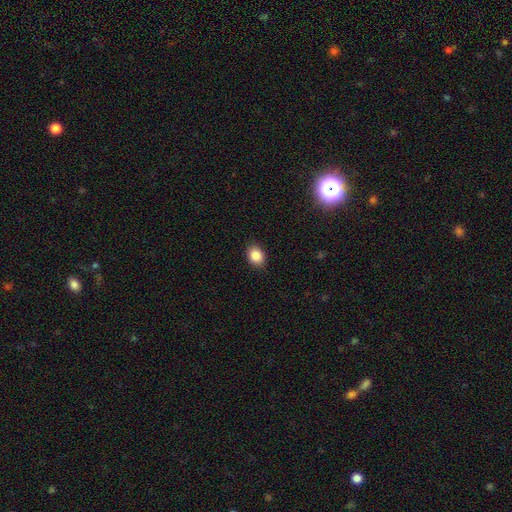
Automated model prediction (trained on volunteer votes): smooth 86%, star or artifact 9%, featured or disk 5%. Down the decision tree: how rounded — in between (67%); merging — none (88%).